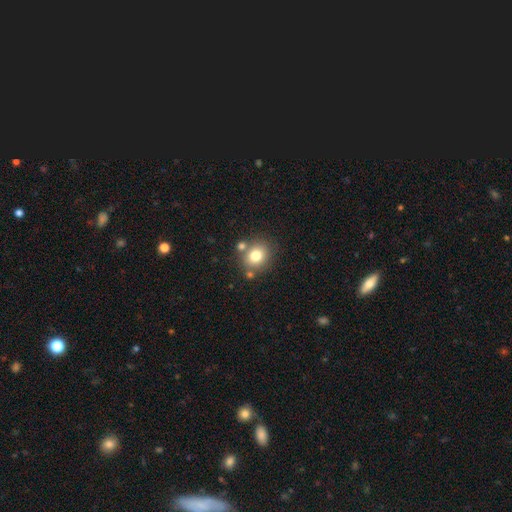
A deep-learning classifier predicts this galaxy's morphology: smooth_or_featured: smooth (p=0.77) [alt: star or artifact p=0.12]
how_rounded: round (p=0.73) [alt: in between p=0.26]
merging: none (p=0.72) [alt: merger p=0.13]